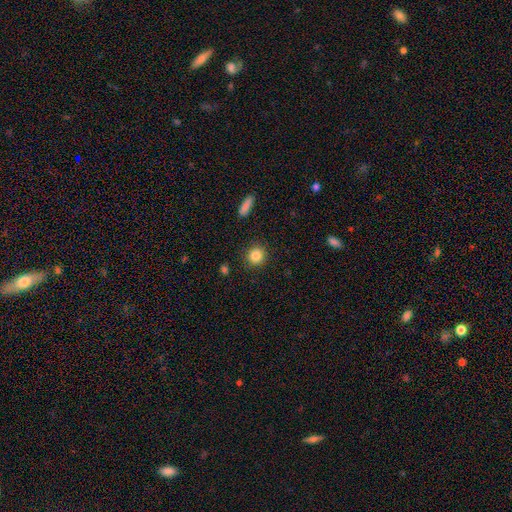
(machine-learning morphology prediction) smooth 85%, star or artifact 10%, featured or disk 5%. Down the decision tree: how rounded — round (89%); merging — none (89%).